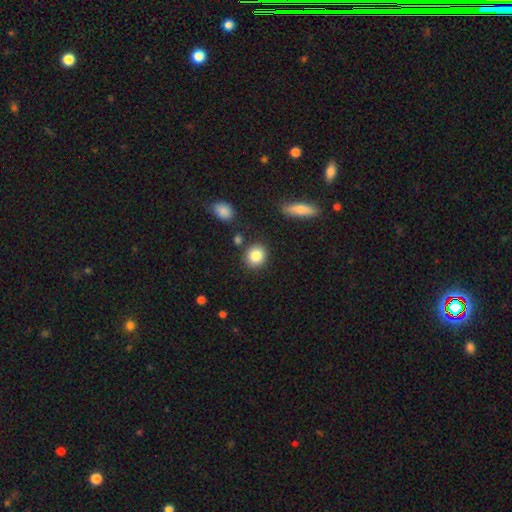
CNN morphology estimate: Smooth or featured: smooth — 85% (star or artifact — 9%)
How rounded: round — 78% (in between — 21%)
Merging: none — 84% (minor disturbance — 9%)